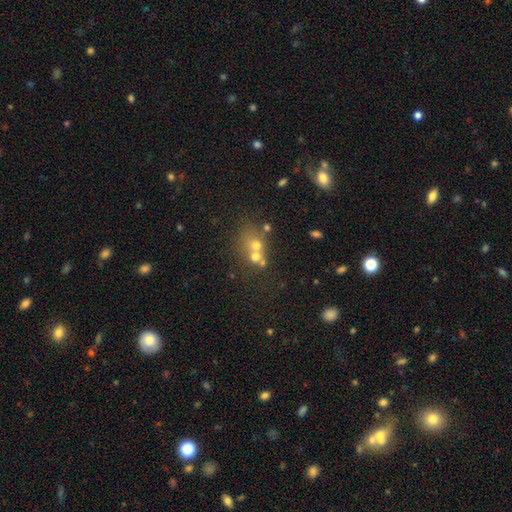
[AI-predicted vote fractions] A smooth galaxy with no disk features (53%) that is round (69%). Merging: merger (52%).